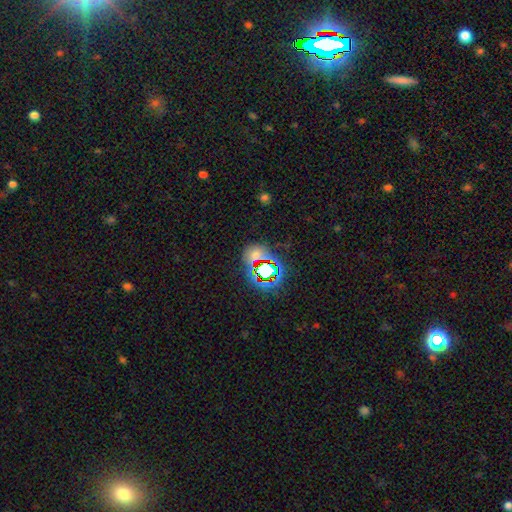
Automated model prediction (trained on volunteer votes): Smooth or featured? Predicted: star or artifact (p=0.56).